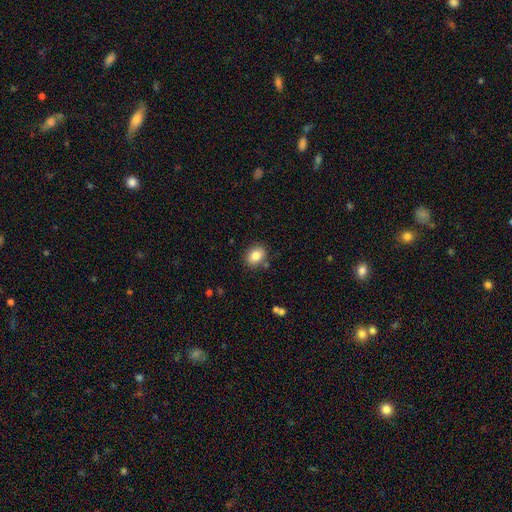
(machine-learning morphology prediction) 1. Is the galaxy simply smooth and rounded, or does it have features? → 83% smooth, 9% star or artifact, 8% featured or disk.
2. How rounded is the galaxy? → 61% in between, 38% round, 1% cigar-shaped.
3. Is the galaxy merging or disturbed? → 83% none, 11% minor disturbance, 3% merger, 3% major disturbance.